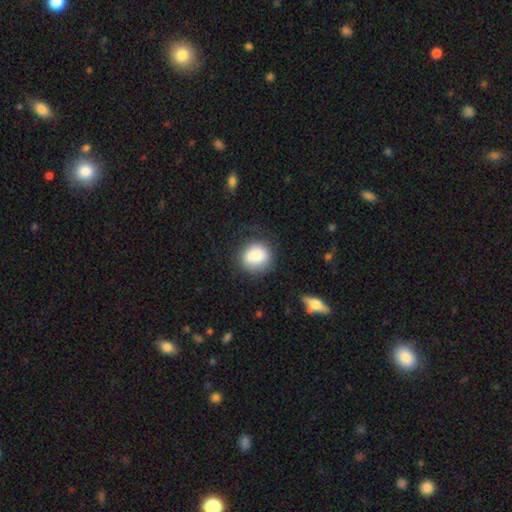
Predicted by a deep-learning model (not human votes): This is clearly a smooth galaxy (85%). How rounded: likely round (76%). Merging: likely none (69%).